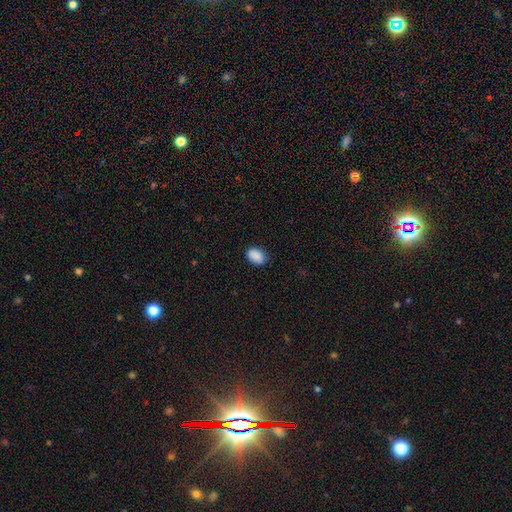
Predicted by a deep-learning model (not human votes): Smooth or featured?
  - smooth: 90% *
  - star or artifact: 7%
  - featured or disk: 3%
How rounded?
  - in between: 83% *
  - round: 16%
  - cigar-shaped: 1%
Merging?
  - none: 83% *
  - minor disturbance: 14%
  - major disturbance: 2%
  - merger: 1%